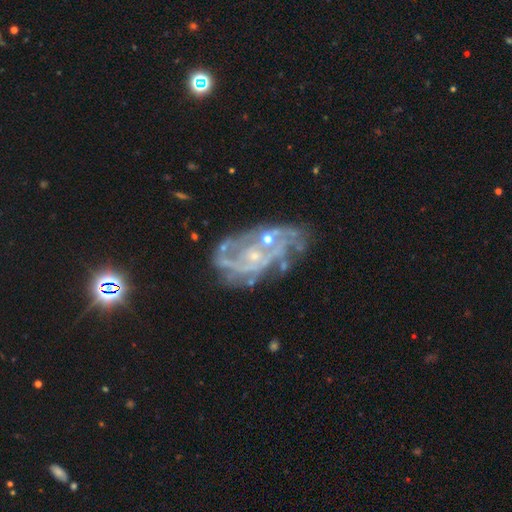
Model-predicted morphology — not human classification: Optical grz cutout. It shows a featured or disk galaxy (84%) with no bar (69%), tight (46%) spiral arms (91%) and a small central bulge (75%). Merging: none (59%).